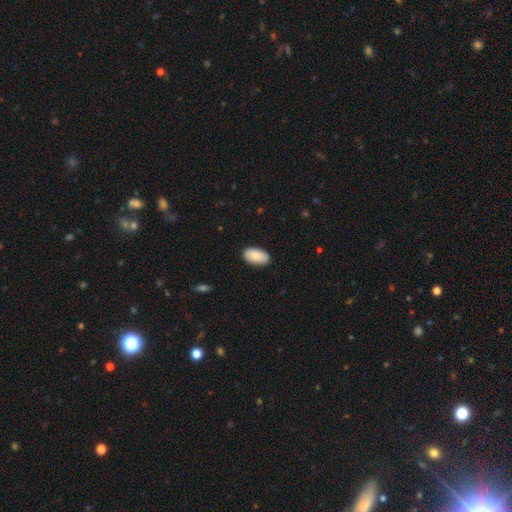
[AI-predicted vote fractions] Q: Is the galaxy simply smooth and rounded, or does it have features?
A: smooth — 87%.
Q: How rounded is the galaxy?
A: in between — 95%.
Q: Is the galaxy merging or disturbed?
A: none — 87%.